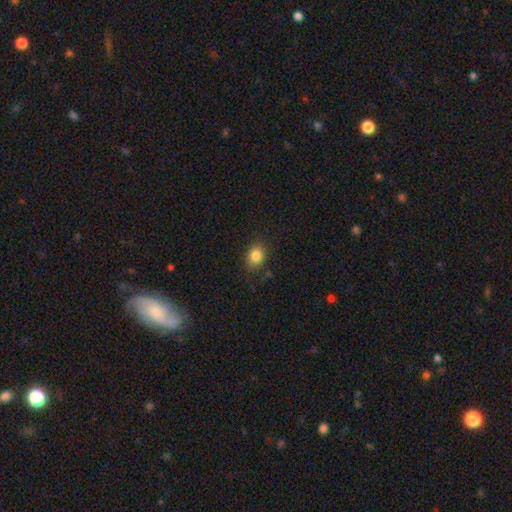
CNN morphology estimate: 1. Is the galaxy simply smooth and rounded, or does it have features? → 84% smooth, 10% star or artifact, 6% featured or disk.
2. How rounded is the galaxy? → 50% round, 49% in between, 1% cigar-shaped.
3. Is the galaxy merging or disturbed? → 84% none, 12% minor disturbance, 3% major disturbance, 1% merger.